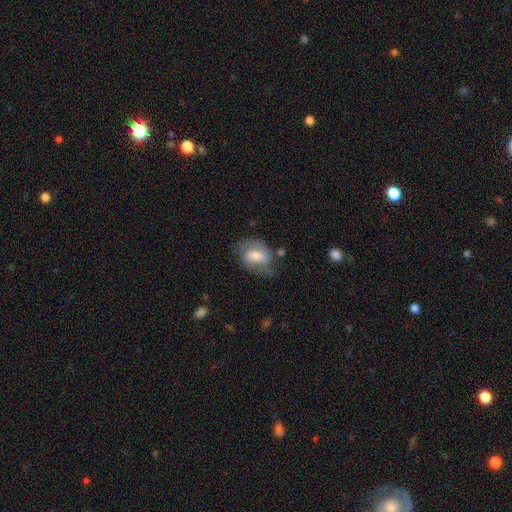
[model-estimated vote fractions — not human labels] Smooth or featured? Predicted: featured or disk (p=0.49). Merging? Predicted: none (p=0.58).